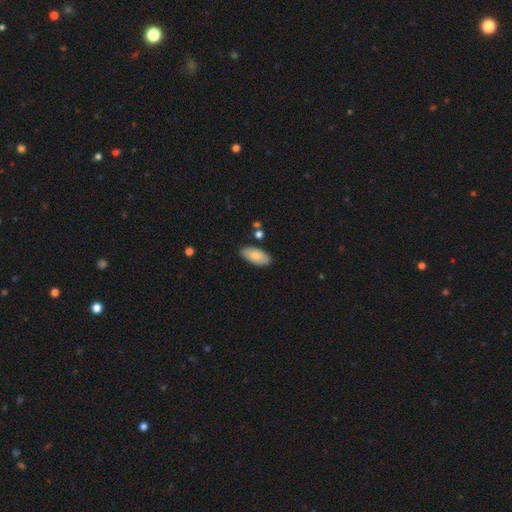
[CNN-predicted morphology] Overall: smooth (81%). How rounded: in between (92%). Merging: none (84%).